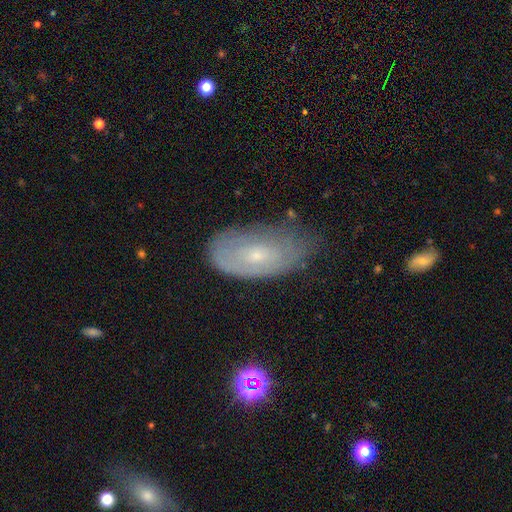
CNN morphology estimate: A featured or disk galaxy (51%).

Vote fractions:
- Smooth or featured? featured or disk: 51% / smooth: 40% / star or artifact: 9%
- Edge-on disk? no: 90% / yes: 10%
- Merging? none: 55% / minor disturbance: 32% / major disturbance: 11% / merger: 2%